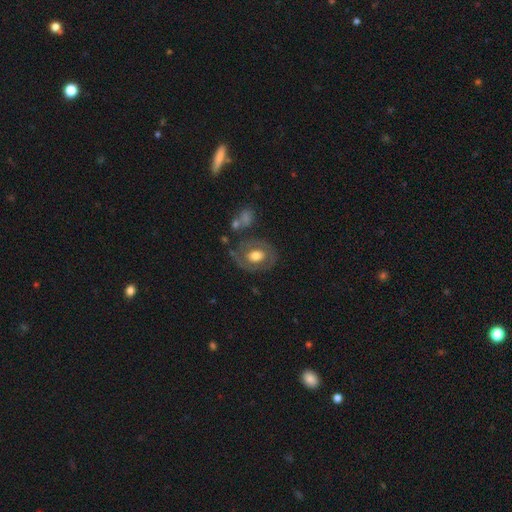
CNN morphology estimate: Q: Smooth or featured?
A: featured or disk (53%); runner-up: smooth (41%)
Q: Edge-on disk?
A: no (94%); runner-up: yes (6%)
Q: Merging?
A: none (70%); runner-up: minor disturbance (17%)